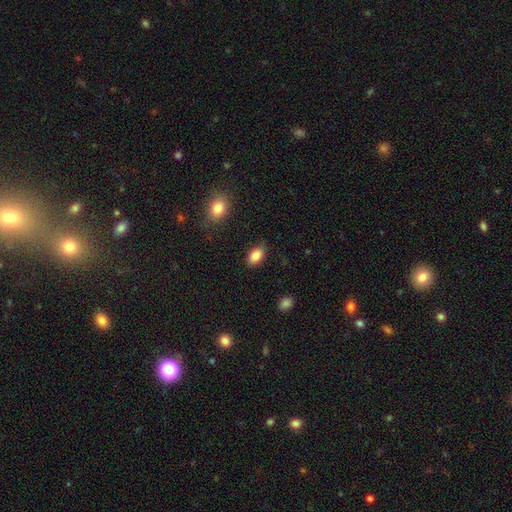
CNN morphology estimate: This is clearly a smooth galaxy (86%). How rounded: clearly in between (92%). Merging: clearly none (85%).